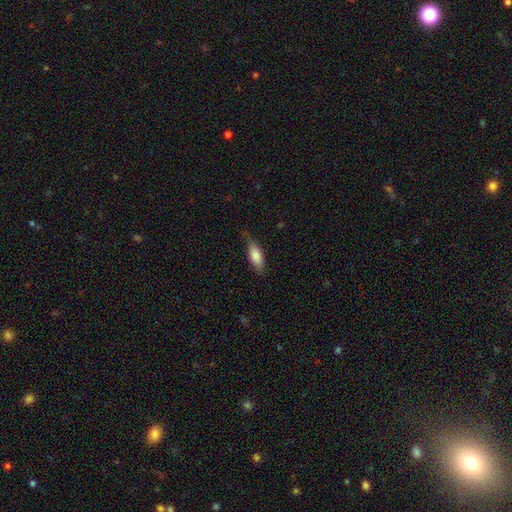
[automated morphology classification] Smooth or featured?
  - smooth: 80% *
  - featured or disk: 14%
  - star or artifact: 6%
How rounded?
  - in between: 72% *
  - cigar-shaped: 26%
  - round: 2%
Merging?
  - none: 66% *
  - minor disturbance: 27%
  - major disturbance: 6%
  - merger: 2%